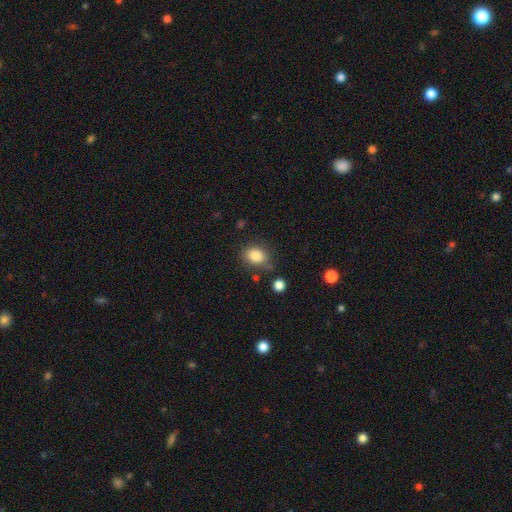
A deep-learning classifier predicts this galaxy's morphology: A smooth galaxy with no disk features (85%) that is in between round and cigar-shaped (56%). Merging: none (73%).